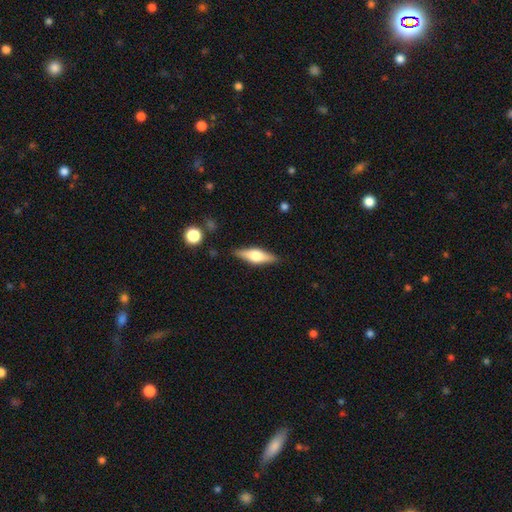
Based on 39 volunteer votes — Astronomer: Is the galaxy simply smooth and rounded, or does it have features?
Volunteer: featured or disk — 56% (runner-up: smooth, 36%).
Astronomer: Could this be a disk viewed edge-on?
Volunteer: yes — 95%.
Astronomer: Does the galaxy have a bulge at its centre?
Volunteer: rounded — 100%.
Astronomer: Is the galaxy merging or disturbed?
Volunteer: none — 86%.